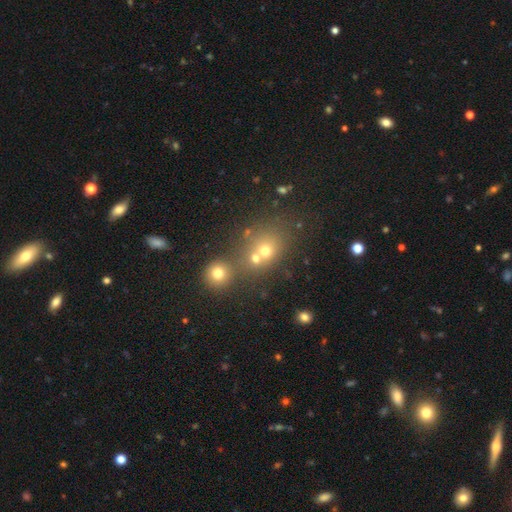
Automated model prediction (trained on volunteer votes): Q: Smooth or featured?
A: smooth (51%); runner-up: star or artifact (36%)
Q: How rounded?
A: round (67%); runner-up: in between (31%)
Q: Merging?
A: none (51%); runner-up: merger (38%)